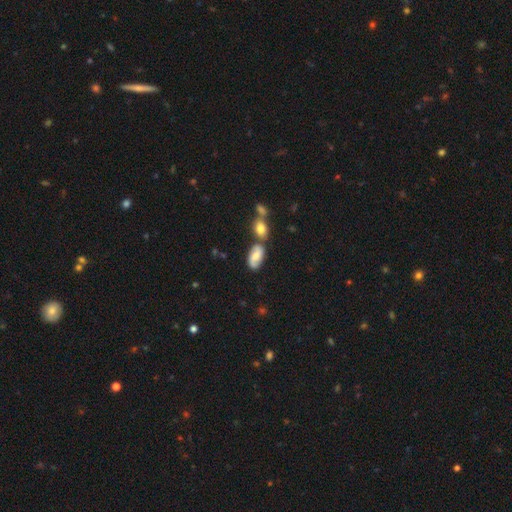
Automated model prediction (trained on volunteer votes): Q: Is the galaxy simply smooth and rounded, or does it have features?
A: featured or disk — 46%.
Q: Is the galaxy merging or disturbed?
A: none — 52%.